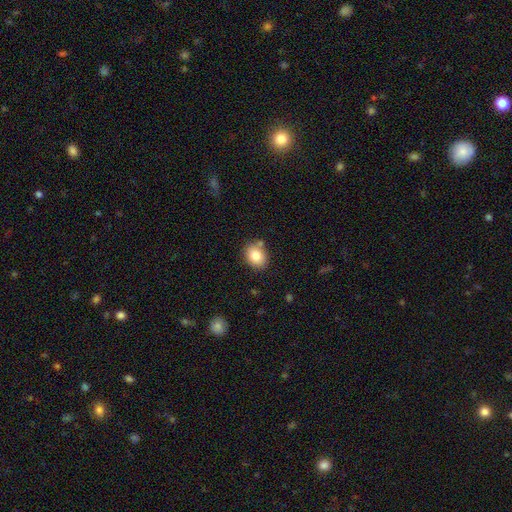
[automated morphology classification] Q: Smooth or featured?
A: smooth (80%); runner-up: featured or disk (10%)
Q: How rounded?
A: round (50%); runner-up: in between (49%)
Q: Merging?
A: none (74%); runner-up: minor disturbance (14%)